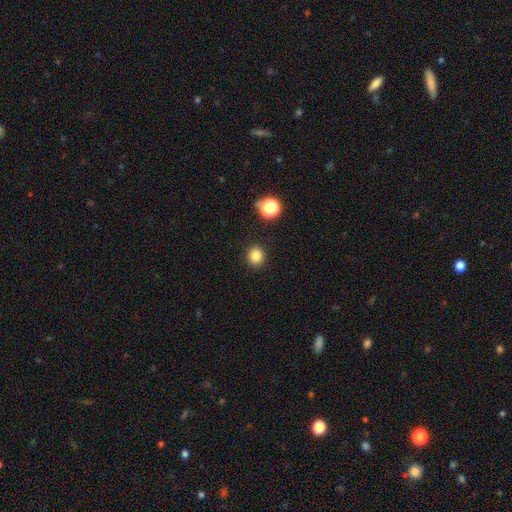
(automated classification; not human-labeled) Morphology: type=smooth (83%); roundness=round (85%); merging=none (90%).